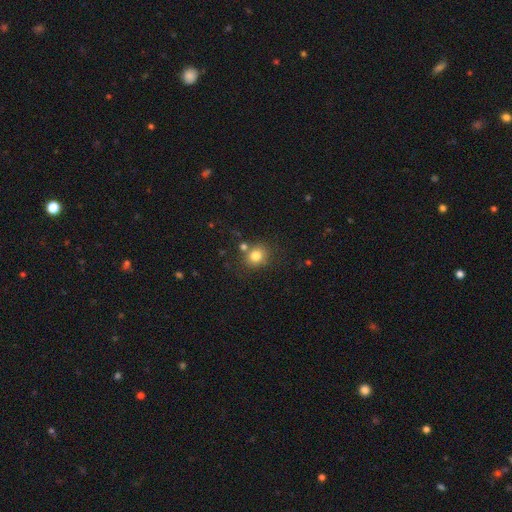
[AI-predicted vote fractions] smooth_or_featured: smooth (p=0.80) [alt: star or artifact p=0.12]
how_rounded: round (p=0.79) [alt: in between p=0.21]
merging: none (p=0.71) [alt: merger p=0.14]